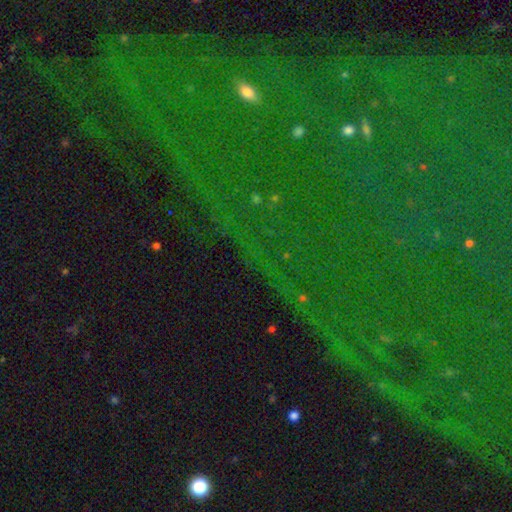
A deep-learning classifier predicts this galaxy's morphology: Smooth or featured?
  - star or artifact: 83% *
  - smooth: 9%
  - featured or disk: 8%